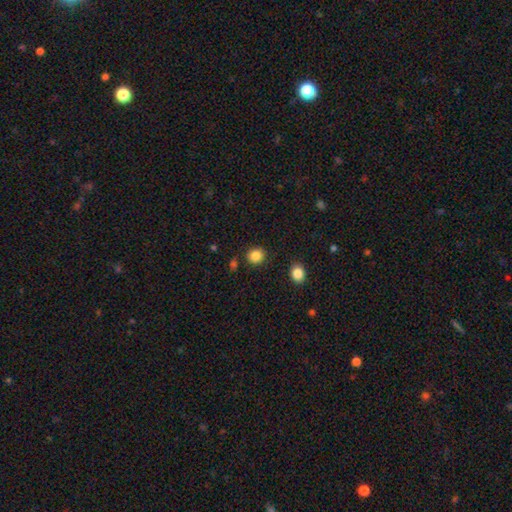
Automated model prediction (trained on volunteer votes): The model was most divided on "how rounded": round: 86%, in between: 13%, cigar-shaped: 1%. More confident: merging — none (87%); smooth or featured — smooth (87%).